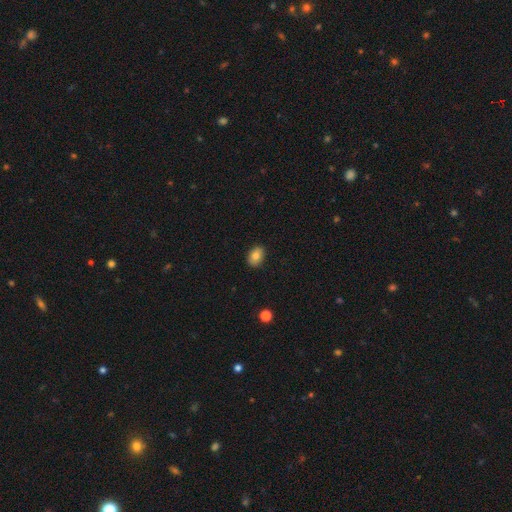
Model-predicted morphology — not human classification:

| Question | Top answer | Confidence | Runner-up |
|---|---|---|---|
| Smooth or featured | smooth | 82% | featured or disk (9%) |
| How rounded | in between | 73% | round (26%) |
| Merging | none | 88% | minor disturbance (9%) |